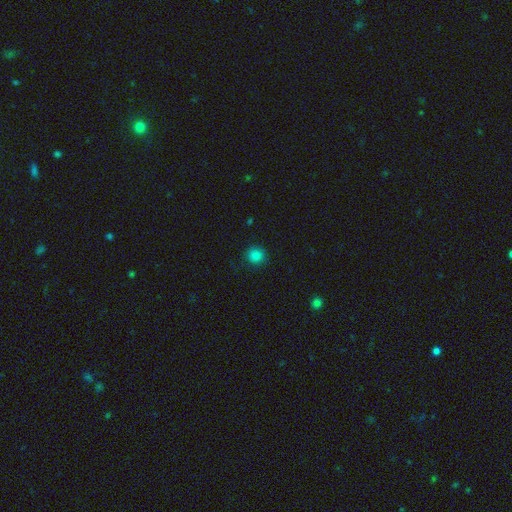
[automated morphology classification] This appears to be a smooth galaxy with no disk features (84%) that is round (91%). Merging: none (89%).